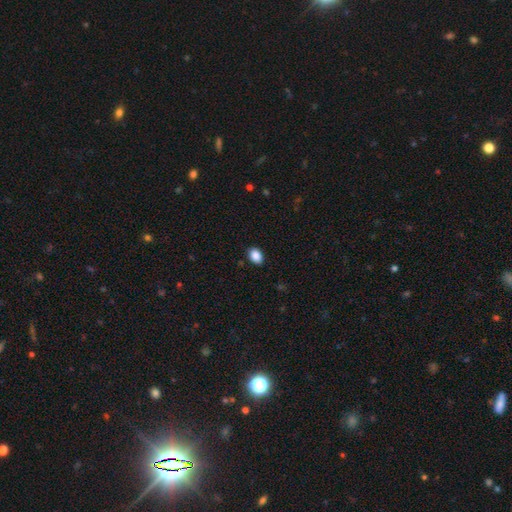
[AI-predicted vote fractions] Q: Smooth or featured?
A: smooth (89%); runner-up: star or artifact (8%)
Q: How rounded?
A: in between (79%); runner-up: round (20%)
Q: Merging?
A: none (88%); runner-up: minor disturbance (9%)